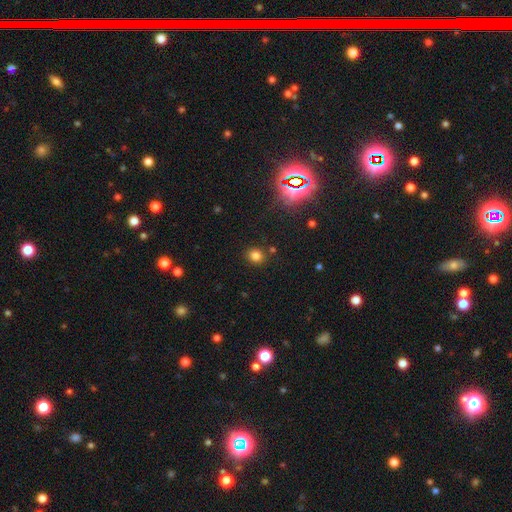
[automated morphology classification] Smooth or featured? Predicted: smooth (p=0.78). How rounded? Predicted: round (p=0.76). Merging? Predicted: none (p=0.84).